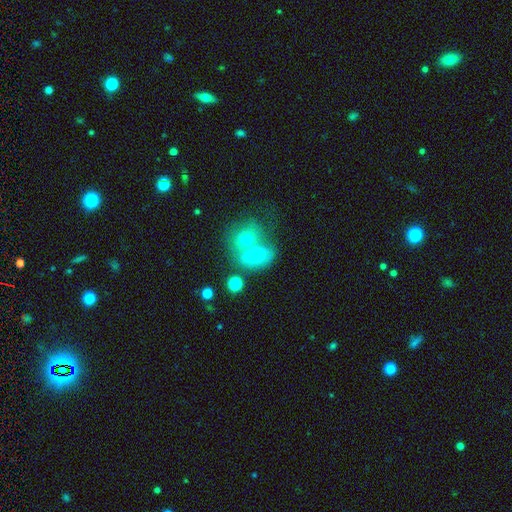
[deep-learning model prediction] Q: Smooth or featured?
A: smooth (65%); runner-up: featured or disk (24%)
Q: How rounded?
A: in between (65%); runner-up: round (33%)
Q: Merging?
A: merger (42%); runner-up: none (33%)